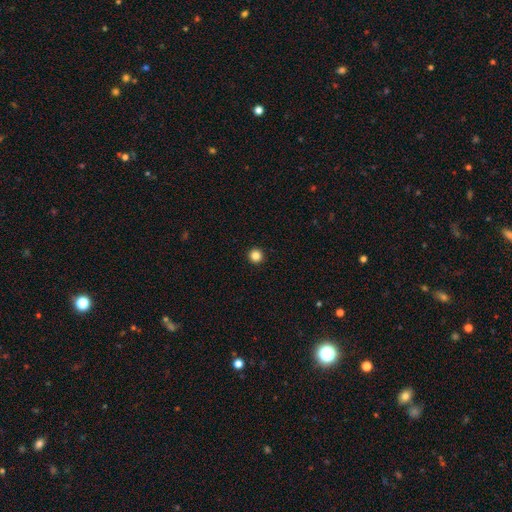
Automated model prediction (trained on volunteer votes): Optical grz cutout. It shows a smooth galaxy with no disk features (85%) that is round (97%). Merging: none (94%).